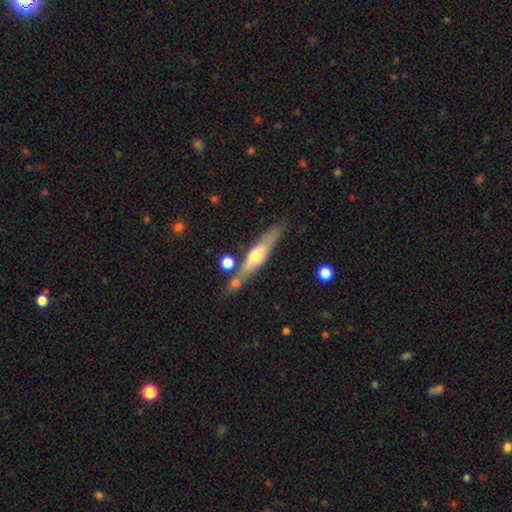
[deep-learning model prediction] Smooth or featured? Predicted: featured or disk (p=0.57). Edge-on disk? Predicted: yes (p=0.91). Edge-on bulge? Predicted: rounded (p=0.88). Merging? Predicted: none (p=0.74).